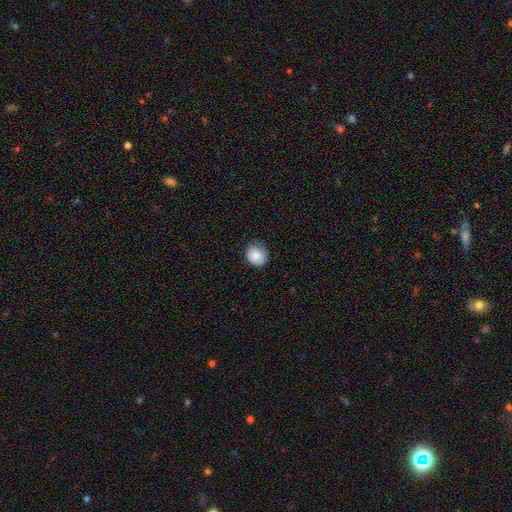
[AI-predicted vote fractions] smooth 86%, star or artifact 8%, featured or disk 6%. Down the decision tree: how rounded — round (76%); merging — none (72%).